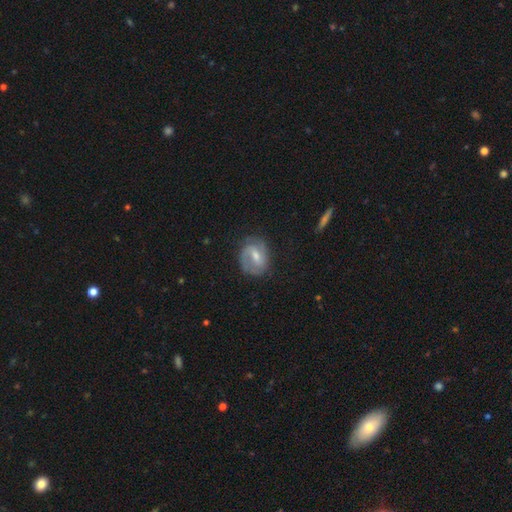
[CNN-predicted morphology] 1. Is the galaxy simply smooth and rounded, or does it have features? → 66% featured or disk, 27% smooth, 8% star or artifact.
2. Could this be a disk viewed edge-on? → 96% no, 4% yes.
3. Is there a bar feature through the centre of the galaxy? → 55% weak, 23% strong, 22% no.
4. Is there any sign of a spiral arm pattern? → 83% yes, 17% no.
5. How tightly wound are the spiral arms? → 40% medium, 37% tight, 23% loose.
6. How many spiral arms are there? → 58% 2, 21% 1, 17% can't tell, 3% 3, 1% 4, 1% more than 4.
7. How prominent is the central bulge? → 53% moderate, 37% small, 5% none, 4% large, 1% dominant.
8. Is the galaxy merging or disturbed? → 68% none, 21% minor disturbance, 10% major disturbance, 2% merger.